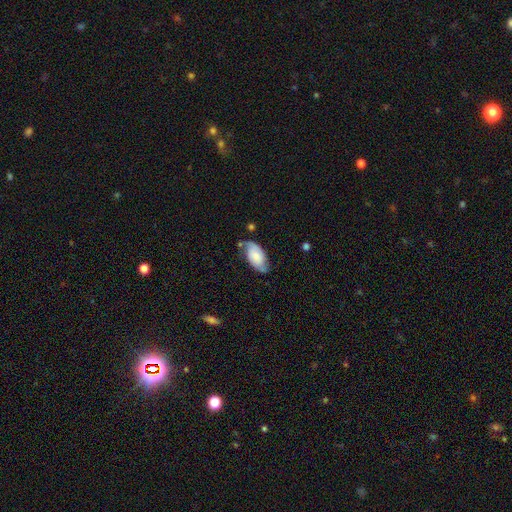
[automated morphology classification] The model was most divided on "smooth or featured": featured or disk: 48%, smooth: 44%, star or artifact: 7%. More confident: merging — none (58%).